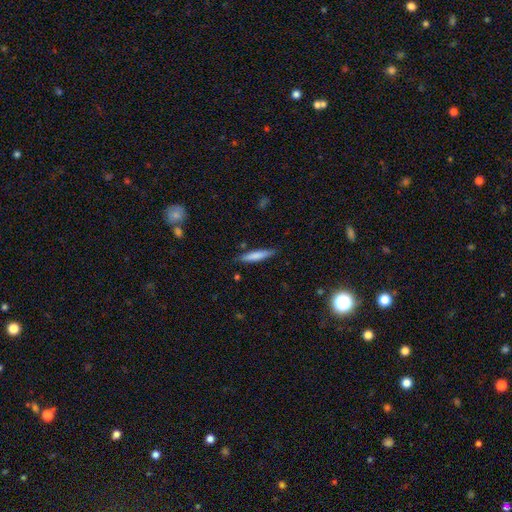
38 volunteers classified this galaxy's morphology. A smooth galaxy with no disk features (76%) that is cigar-shaped (72%). Merging: none (86%).